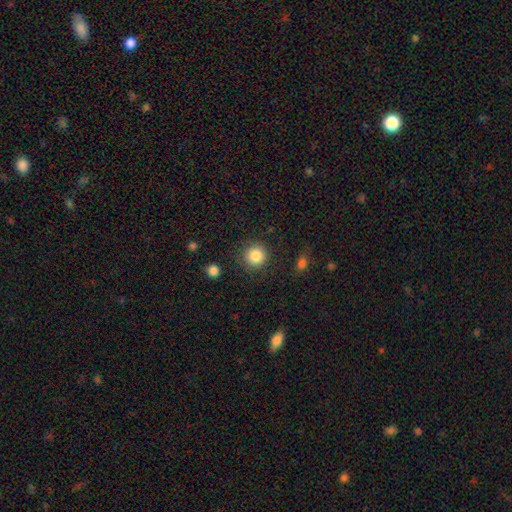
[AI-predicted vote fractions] Q: Smooth or featured?
A: smooth (85%); runner-up: star or artifact (10%)
Q: How rounded?
A: round (93%); runner-up: in between (6%)
Q: Merging?
A: none (87%); runner-up: minor disturbance (8%)